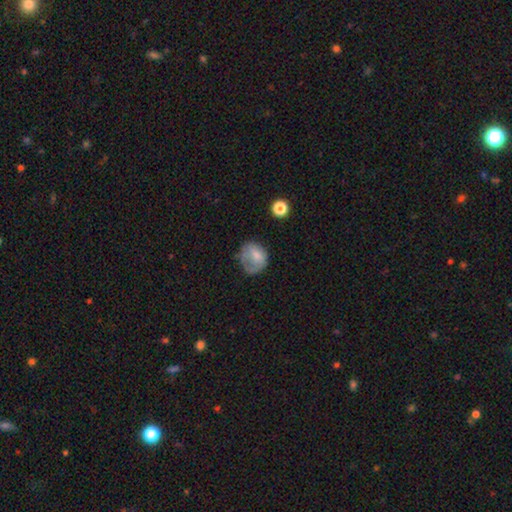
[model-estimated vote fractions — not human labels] Smooth or featured? smooth (71%)
How rounded? round (60%)
Merging? none (44%)